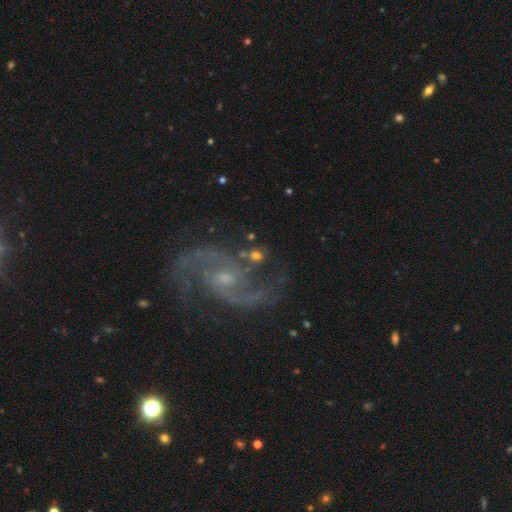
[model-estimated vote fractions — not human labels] smooth-or-featured: featured or disk: 85% | smooth: 7% | star or artifact: 7%
  disk-edge-on: no: 98% | yes: 2%
    bar: weak: 47% | no: 42% | strong: 10%
    has-spiral-arms: yes: 97% | no: 3%
      spiral-winding: medium: 51% | loose: 35% | tight: 13%
      spiral-arm-count: 2: 93% | can't tell: 2% | 3: 2% | 1: 1% | 4: 1% | more than 4: 1%
    bulge-size: small: 43% | moderate: 42% | none: 9% | large: 5% | dominant: 2%
  merging: none: 70% | minor disturbance: 16% | major disturbance: 9% | merger: 5%